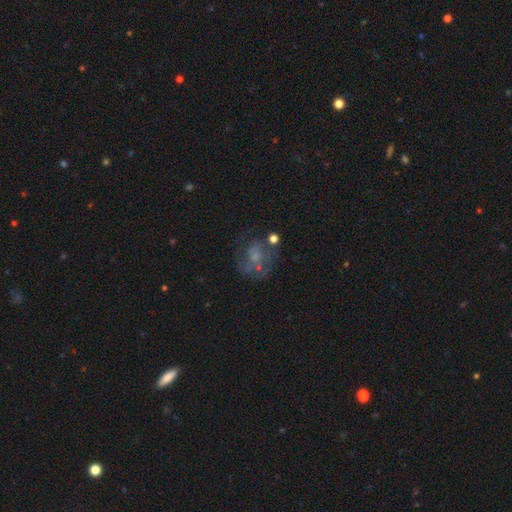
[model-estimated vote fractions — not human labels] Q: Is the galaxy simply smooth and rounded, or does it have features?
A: featured or disk — 50%.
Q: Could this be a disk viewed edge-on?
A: no — 98%.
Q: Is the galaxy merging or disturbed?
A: none — 44%.